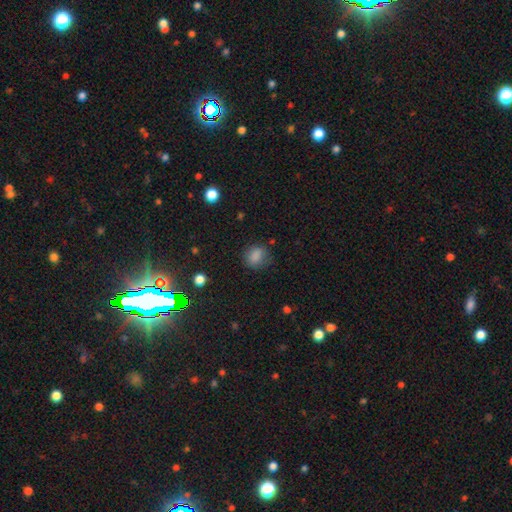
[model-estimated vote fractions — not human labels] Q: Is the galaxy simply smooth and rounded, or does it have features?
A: smooth — 83%.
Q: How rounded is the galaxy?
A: round — 49%, tied with in between.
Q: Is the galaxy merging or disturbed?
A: none — 72%.